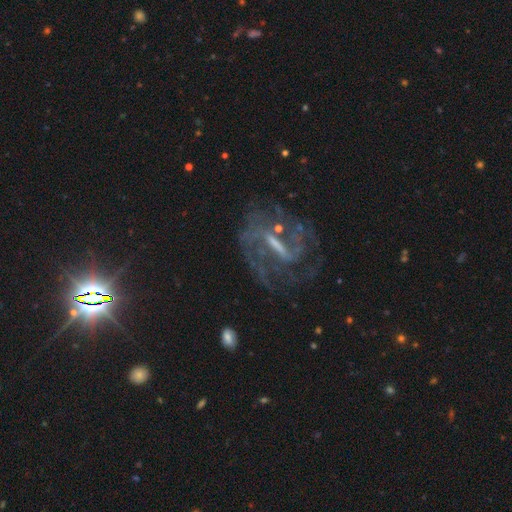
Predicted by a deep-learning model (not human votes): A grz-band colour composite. It shows a featured or disk galaxy (74%) with a strong bar (42%), 2 (50%) medium (46%) spiral arms (92%) and a small central bulge (61%). Merging: none (68%).